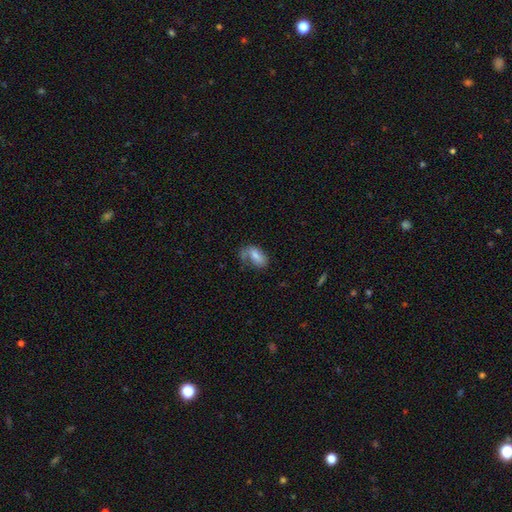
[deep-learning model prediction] Morphology: type=smooth (60%); roundness=in between (90%); merging=none (40%).